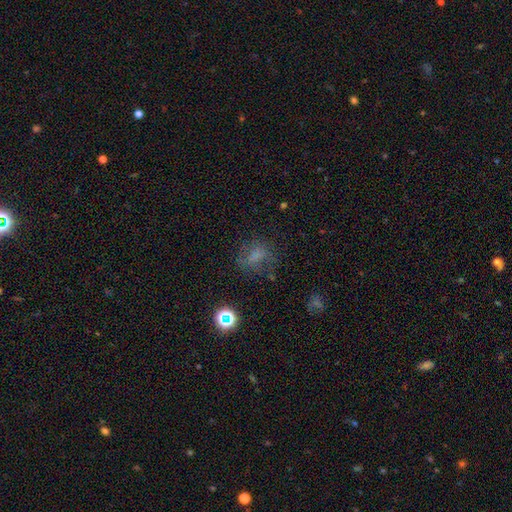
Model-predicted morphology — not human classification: A smooth galaxy with no disk features (53%) that is in between round and cigar-shaped (56%).

Vote fractions:
- Smooth or featured? smooth: 53% / star or artifact: 26% / featured or disk: 21%
- How rounded? in between: 56% / round: 40% / cigar-shaped: 4%
- Merging? none: 61% / minor disturbance: 20% / major disturbance: 16% / merger: 3%